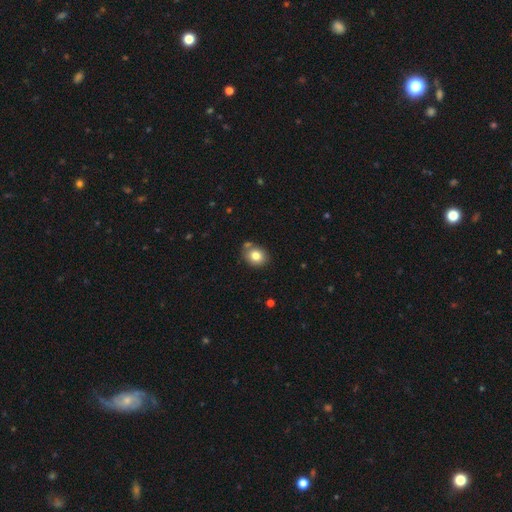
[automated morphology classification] The model was most divided on "how rounded": round: 55%, in between: 44%, cigar-shaped: 1%. More confident: smooth or featured — smooth (79%); merging — none (70%).